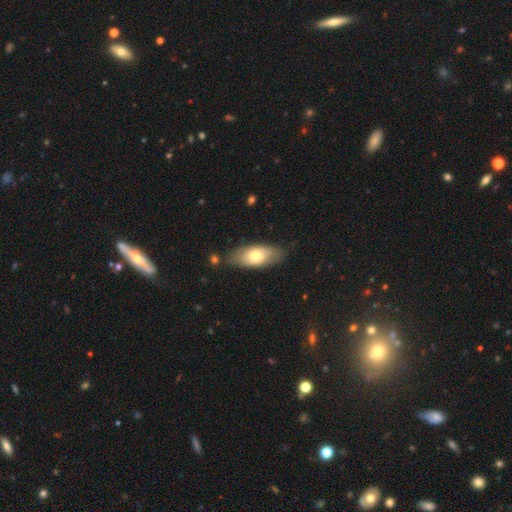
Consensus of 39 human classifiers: A smooth galaxy with no disk features (74%) that is in between round and cigar-shaped (93%).

Vote fractions:
- Smooth or featured? smooth: 74% / featured or disk: 21% / star or artifact: 5%
- How rounded? in between: 93% / cigar-shaped: 7% / round: 0%
- Merging? none: 84% / minor disturbance: 8% / merger: 5% / major disturbance: 3%